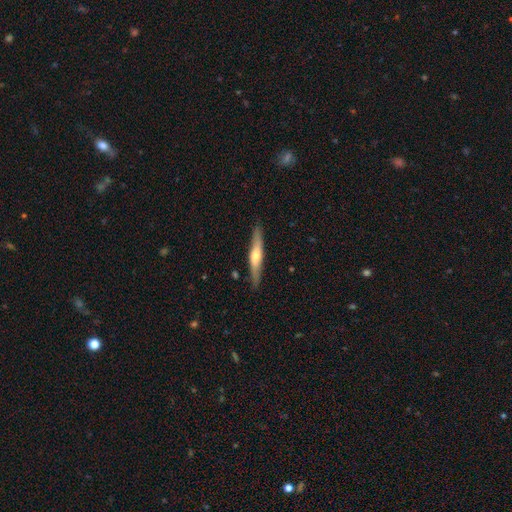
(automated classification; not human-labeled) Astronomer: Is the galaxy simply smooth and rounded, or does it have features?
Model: featured or disk — 55% (runner-up: smooth, 39%).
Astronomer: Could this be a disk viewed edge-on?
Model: yes — 92%.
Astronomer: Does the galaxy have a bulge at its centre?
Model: rounded — 83%.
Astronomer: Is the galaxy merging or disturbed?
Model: none — 87%.